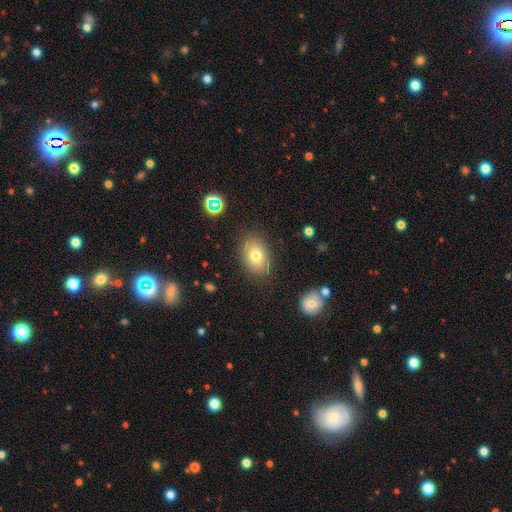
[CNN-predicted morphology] smooth-or-featured: smooth: 76% | featured or disk: 14% | star or artifact: 10%
  how-rounded: in between: 79% | round: 20% | cigar-shaped: 1%
  merging: none: 83% | minor disturbance: 11% | major disturbance: 3% | merger: 2%